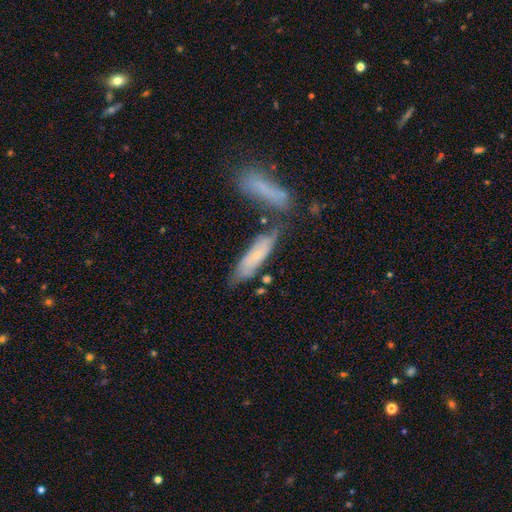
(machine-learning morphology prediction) Q: Smooth or featured?
A: smooth (50%); runner-up: featured or disk (42%)
Q: How rounded?
A: cigar-shaped (61%); runner-up: in between (37%)
Q: Merging?
A: none (55%); runner-up: merger (21%)